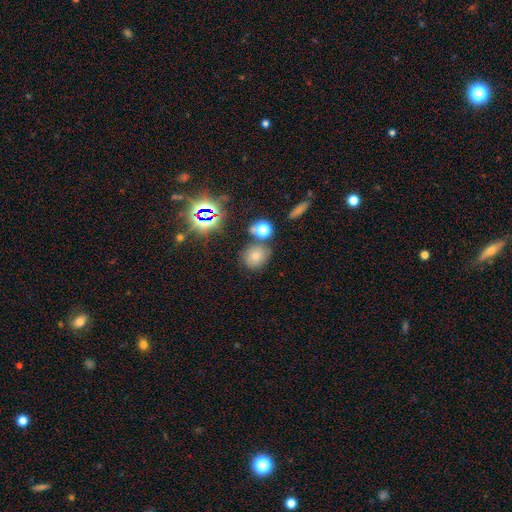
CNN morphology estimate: A smooth galaxy with no disk features (62%) that is round (77%). Merging: none (73%).